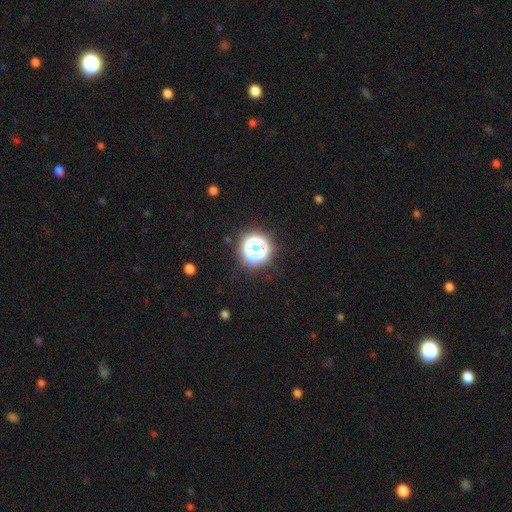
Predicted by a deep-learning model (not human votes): Morphology: type=star or artifact (73%).